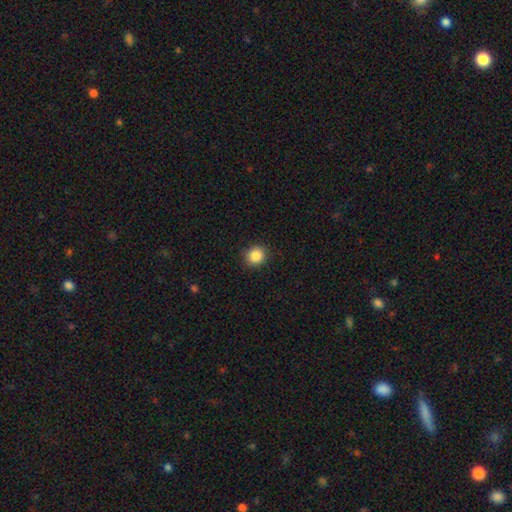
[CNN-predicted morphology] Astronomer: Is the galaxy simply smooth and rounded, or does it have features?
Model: smooth — 87%.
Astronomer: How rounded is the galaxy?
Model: round — 87%.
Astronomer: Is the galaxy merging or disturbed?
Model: none — 90%.